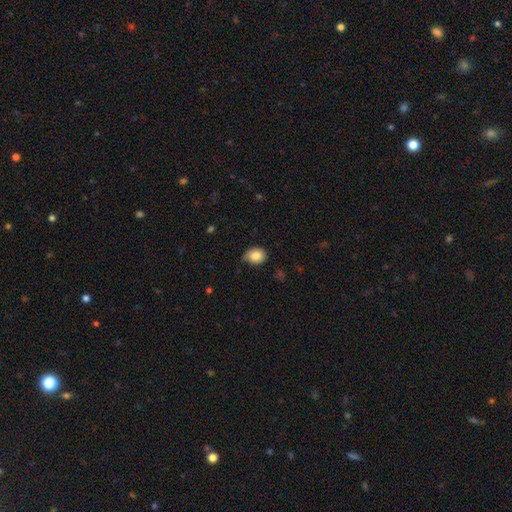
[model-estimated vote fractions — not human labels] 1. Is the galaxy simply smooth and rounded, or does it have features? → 85% smooth, 9% star or artifact, 7% featured or disk.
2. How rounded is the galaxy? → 51% in between, 48% round, 1% cigar-shaped.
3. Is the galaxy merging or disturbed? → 66% none, 29% minor disturbance, 4% major disturbance, 1% merger.